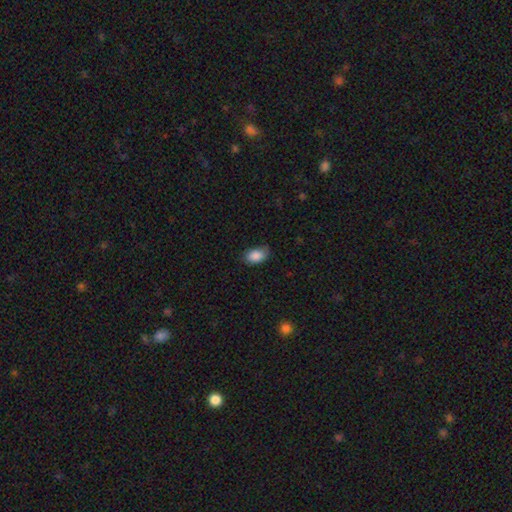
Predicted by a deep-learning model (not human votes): A smooth galaxy with no disk features (87%) that is in between round and cigar-shaped (90%). Merging: none (73%).